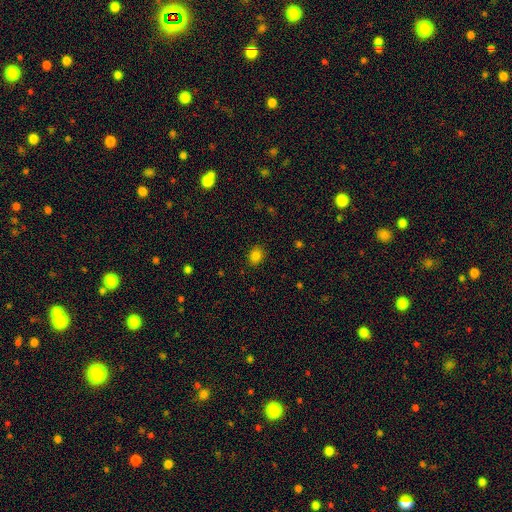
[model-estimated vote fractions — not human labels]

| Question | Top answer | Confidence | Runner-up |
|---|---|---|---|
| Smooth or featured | smooth | 83% | star or artifact (13%) |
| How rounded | in between | 50% | round (49%) |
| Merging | none | 87% | minor disturbance (9%) |